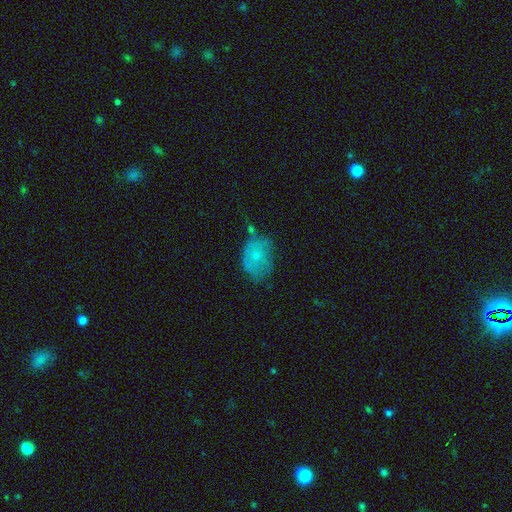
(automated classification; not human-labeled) Smooth or featured? Predicted: smooth (p=0.61). How rounded? Predicted: in between (p=0.72). Merging? Predicted: none (p=0.41).